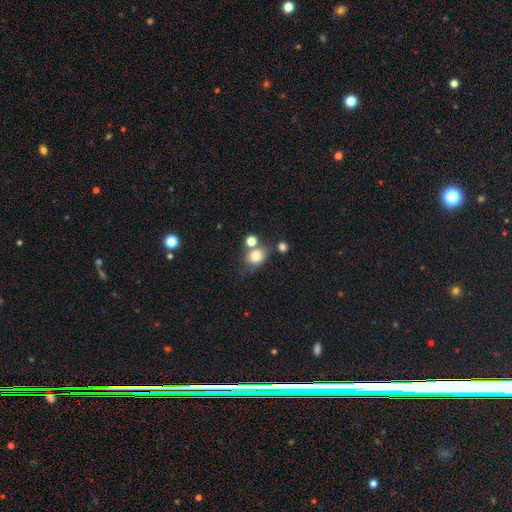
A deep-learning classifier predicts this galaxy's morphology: Smooth or featured: smooth — 79% (star or artifact — 12%)
How rounded: round — 58% (in between — 41%)
Merging: none — 50% (merger — 25%)